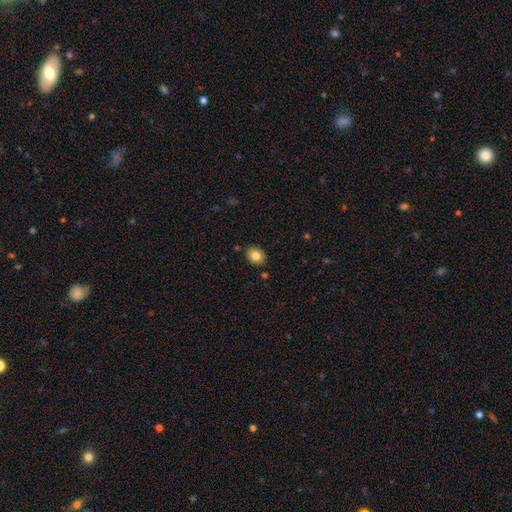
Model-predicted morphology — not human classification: Smooth or featured? Predicted: smooth (p=0.82). How rounded? Predicted: in between (p=0.52). Merging? Predicted: none (p=0.86).